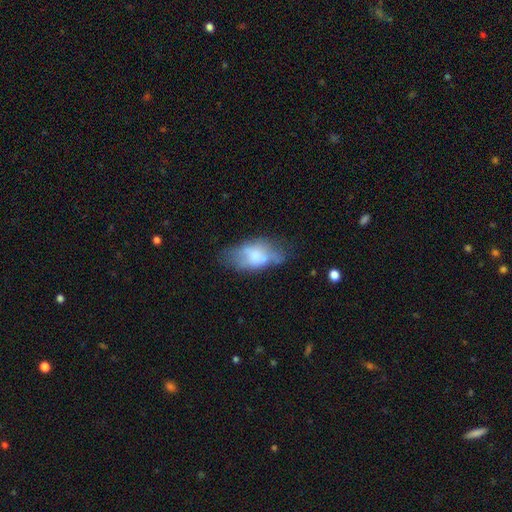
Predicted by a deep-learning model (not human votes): Morphology: type=smooth (56%); roundness=in between (90%); merging=none (40%).